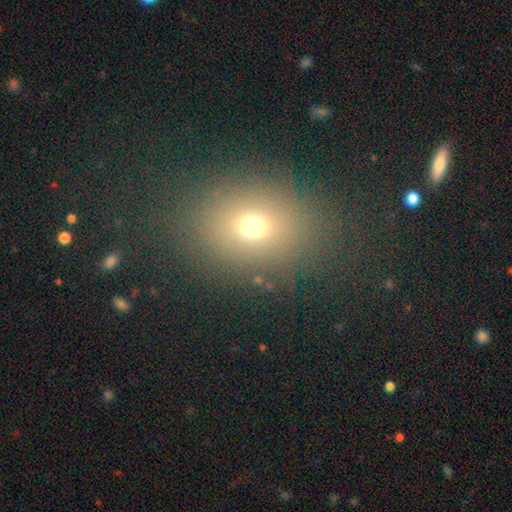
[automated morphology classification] This appears to be a smooth galaxy with no disk features (65%) that is in between round and cigar-shaped (54%). Merging: none (84%).